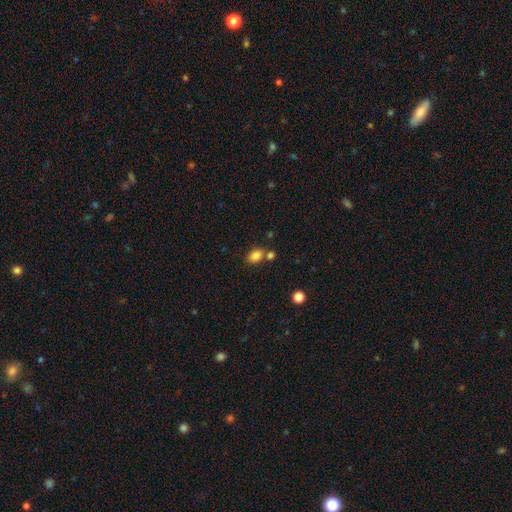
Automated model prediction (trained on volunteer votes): Q: Smooth or featured?
A: smooth (84%); runner-up: star or artifact (11%)
Q: How rounded?
A: in between (72%); runner-up: round (27%)
Q: Merging?
A: none (65%); runner-up: merger (20%)